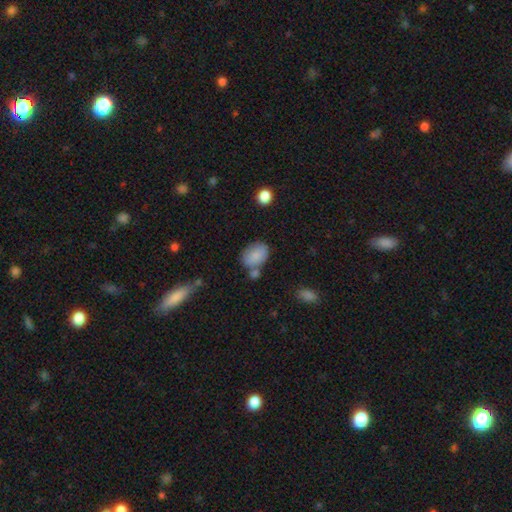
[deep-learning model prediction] Q: Smooth or featured?
A: smooth (82%); runner-up: featured or disk (10%)
Q: How rounded?
A: in between (77%); runner-up: round (22%)
Q: Merging?
A: none (57%); runner-up: minor disturbance (19%)